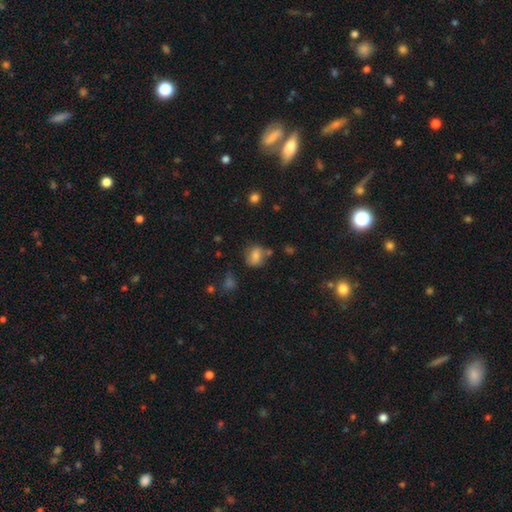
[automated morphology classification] This appears to be a smooth galaxy with no disk features (70%) that is round (59%). Merging: none (63%).